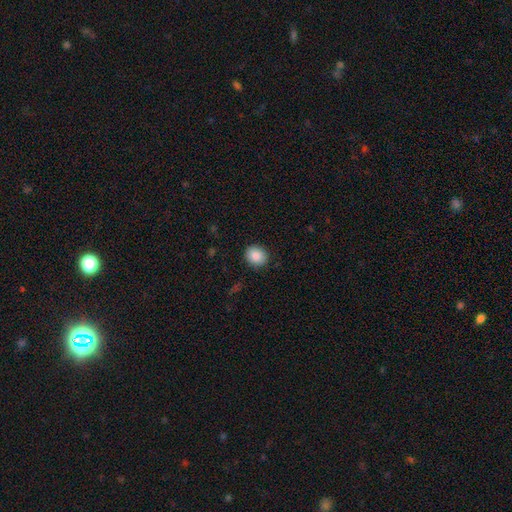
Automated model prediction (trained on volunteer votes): Smooth or featured: smooth — 88% (star or artifact — 8%)
How rounded: round — 67% (in between — 32%)
Merging: none — 90% (minor disturbance — 7%)